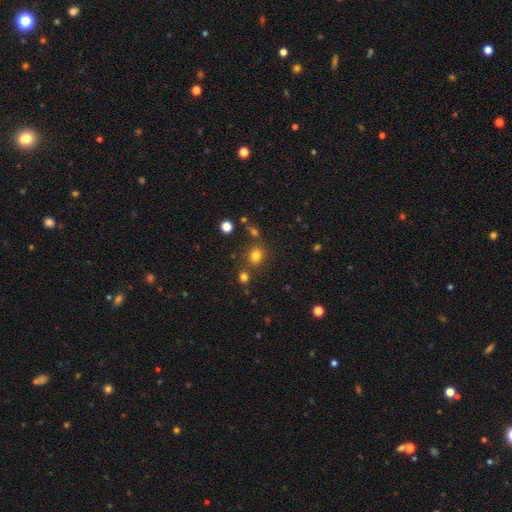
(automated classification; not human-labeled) This appears to be a smooth galaxy with no disk features (78%) that is round (70%). Merging: none (73%).